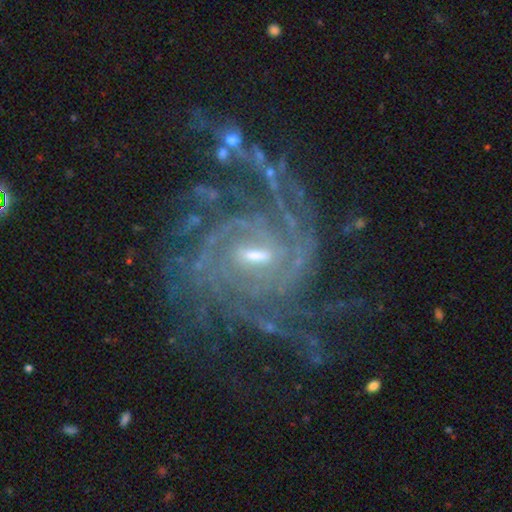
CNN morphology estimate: This is clearly a featured or disk galaxy (91%). It is clearly not viewed edge-on (98%). Bar: possibly weak (50%). Spiral arm pattern: clearly yes (98%). Spiral arm count: marginally can't tell (20%, tied with 4). Spiral winding: likely tight (61%). Central bulge: possibly small (58%). Merging: likely none (64%).